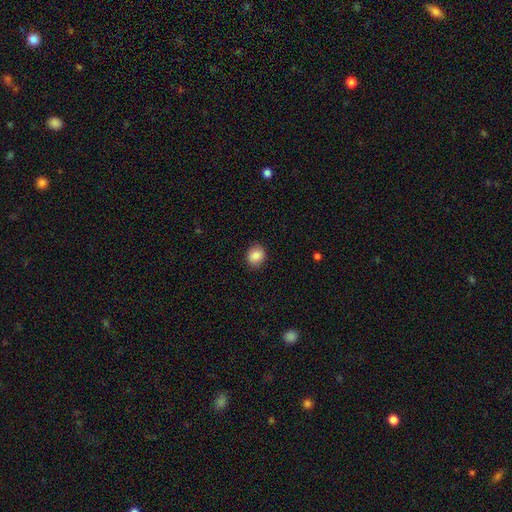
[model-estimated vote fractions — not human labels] This appears to be a smooth galaxy with no disk features (86%) that is round (67%). Merging: none (88%).